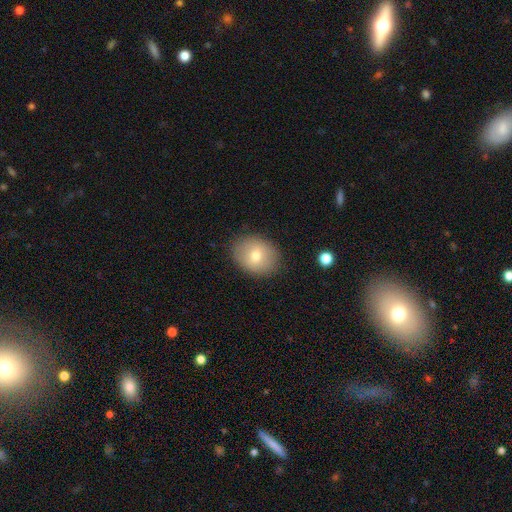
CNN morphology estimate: Overall: smooth (73%). How rounded: in between (52%; round 47%). Merging: none (86%).